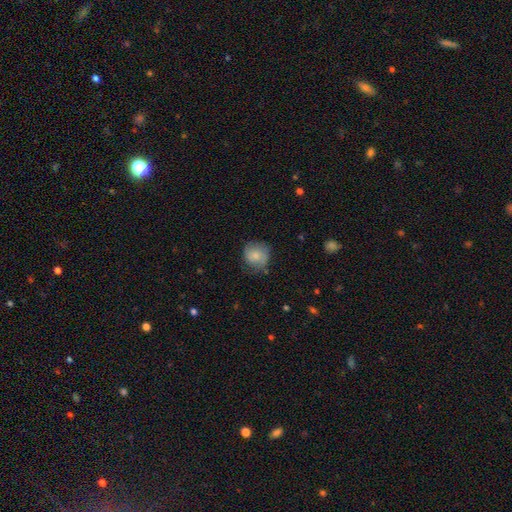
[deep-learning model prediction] smooth-or-featured: smooth: 71% | featured or disk: 22% | star or artifact: 8%
  how-rounded: round: 84% | in between: 15% | cigar-shaped: 1%
  merging: none: 63% | minor disturbance: 27% | major disturbance: 9% | merger: 1%